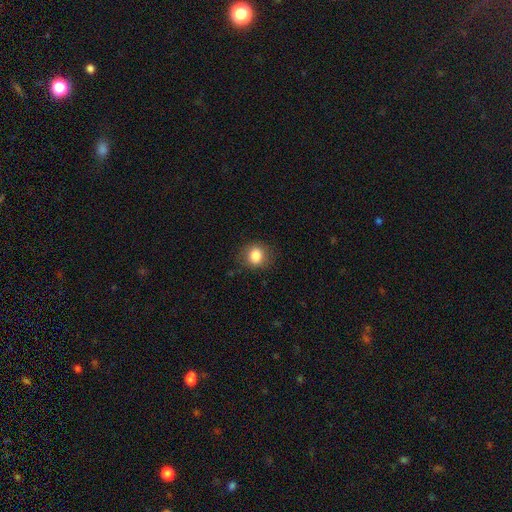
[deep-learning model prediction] A smooth galaxy with no disk features (84%) that is round (70%).

Vote fractions:
- Smooth or featured? smooth: 84% / star or artifact: 10% / featured or disk: 7%
- How rounded? round: 70% / in between: 29% / cigar-shaped: 1%
- Merging? none: 82% / minor disturbance: 13% / major disturbance: 4% / merger: 1%